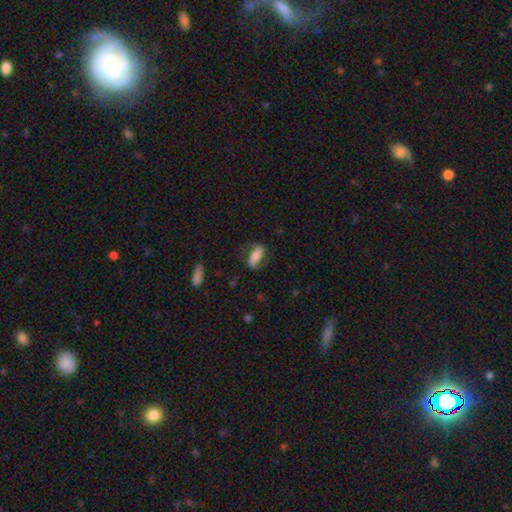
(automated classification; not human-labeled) This appears to be a featured or disk galaxy (57%) with no bar (36%), spiral arms (89%) and a moderate central bulge (42%). Merging: none (68%).